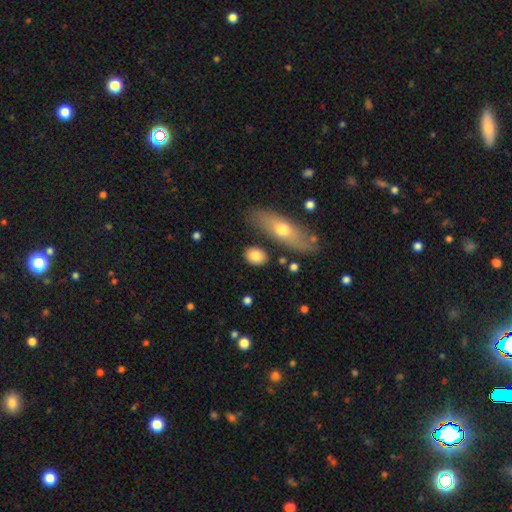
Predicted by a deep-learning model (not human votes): Smooth or featured? smooth (80%)
How rounded? in between (66%)
Merging? none (78%)